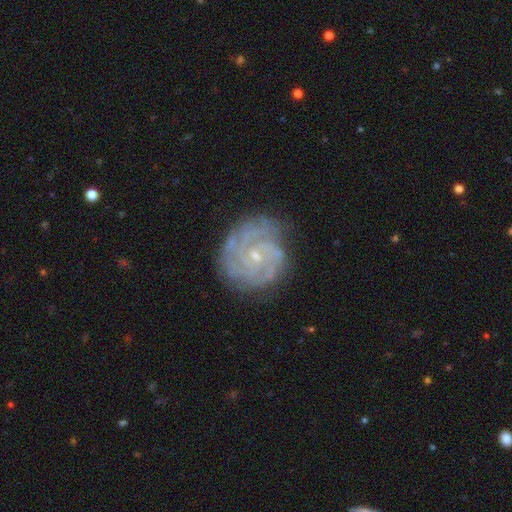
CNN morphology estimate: Smooth or featured? Predicted: featured or disk (p=0.86). Edge-on disk? Predicted: no (p=0.98). Bar? Predicted: no (p=0.69). Spiral arms? Predicted: yes (p=0.97). Spiral winding? Predicted: tight (p=0.75). Spiral arm count? Predicted: 3 (p=0.26). Bulge size? Predicted: small (p=0.78). Merging? Predicted: none (p=0.78).